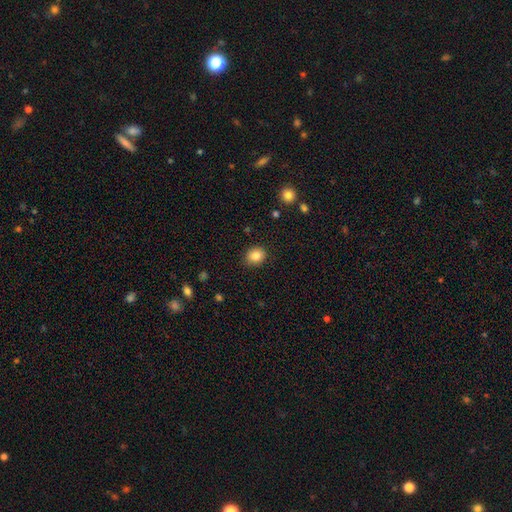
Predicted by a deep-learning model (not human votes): smooth 84%, star or artifact 10%, featured or disk 6%. Down the decision tree: how rounded — round (63%); merging — none (88%).